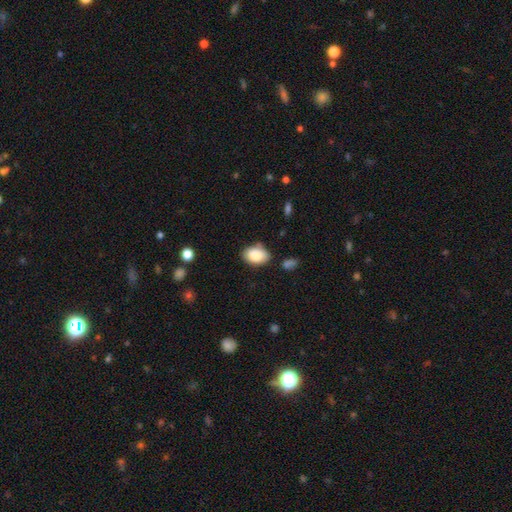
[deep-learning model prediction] Smooth or featured? smooth (83%)
How rounded? in between (85%)
Merging? none (72%)